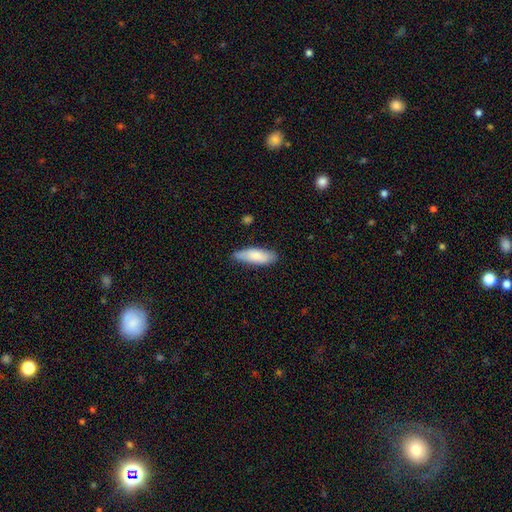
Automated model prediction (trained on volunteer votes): This is clearly a smooth galaxy (82%). How rounded: likely in between (61%). Merging: likely none (75%).